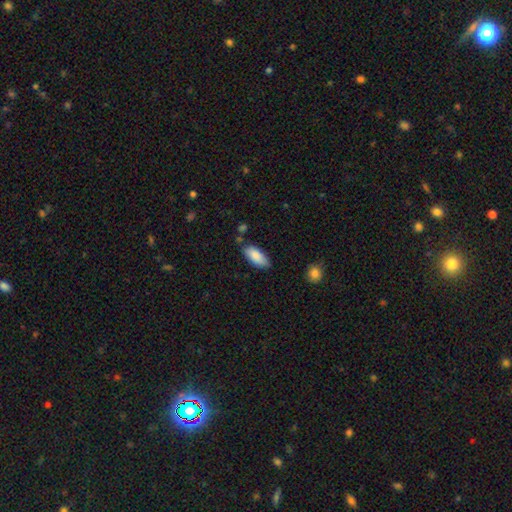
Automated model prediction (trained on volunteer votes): A smooth galaxy with no disk features (87%) that is in between round and cigar-shaped (86%).

Vote fractions:
- Smooth or featured? smooth: 87% / featured or disk: 7% / star or artifact: 6%
- How rounded? in between: 86% / cigar-shaped: 12% / round: 2%
- Merging? none: 76% / minor disturbance: 17% / merger: 4% / major disturbance: 3%